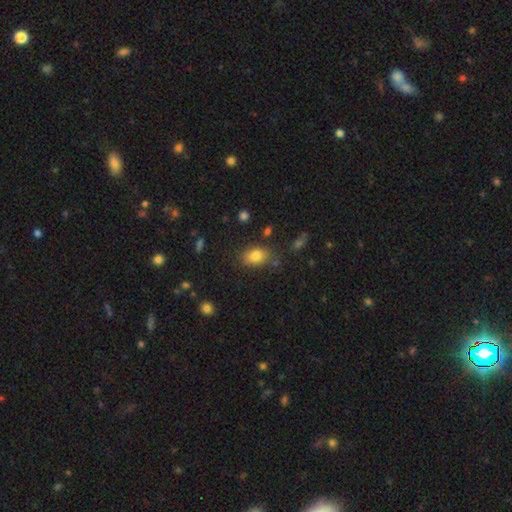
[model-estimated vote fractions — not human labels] Smooth or featured: smooth — 83% (star or artifact — 10%)
How rounded: in between — 81% (round — 17%)
Merging: none — 68% (minor disturbance — 19%)